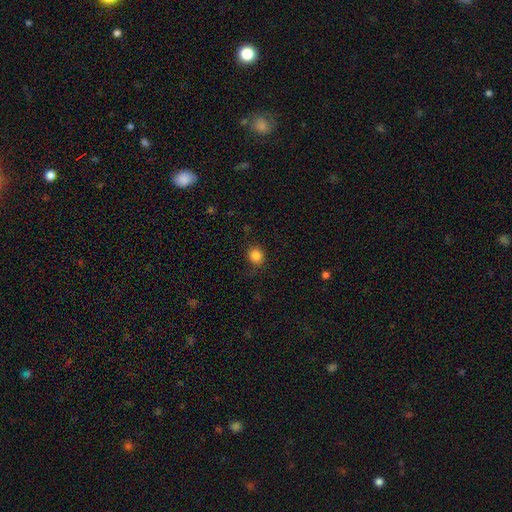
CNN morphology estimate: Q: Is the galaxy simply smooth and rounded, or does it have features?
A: smooth — 85%.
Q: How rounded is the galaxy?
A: round — 81%.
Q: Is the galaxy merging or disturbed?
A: none — 79%.